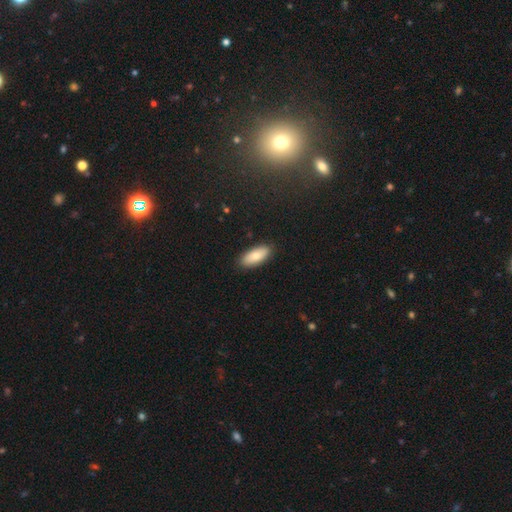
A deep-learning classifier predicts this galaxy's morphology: This appears to be a smooth galaxy with no disk features (82%) that is in between round and cigar-shaped (83%). Merging: none (88%).